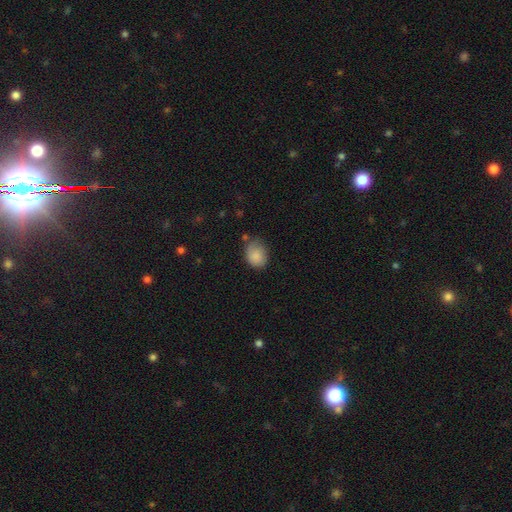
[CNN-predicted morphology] A smooth galaxy with no disk features (86%) that is in between round and cigar-shaped (58%).

Vote fractions:
- Smooth or featured? smooth: 86% / star or artifact: 8% / featured or disk: 5%
- How rounded? in between: 58% / round: 41% / cigar-shaped: 1%
- Merging? none: 61% / minor disturbance: 28% / major disturbance: 6% / merger: 5%